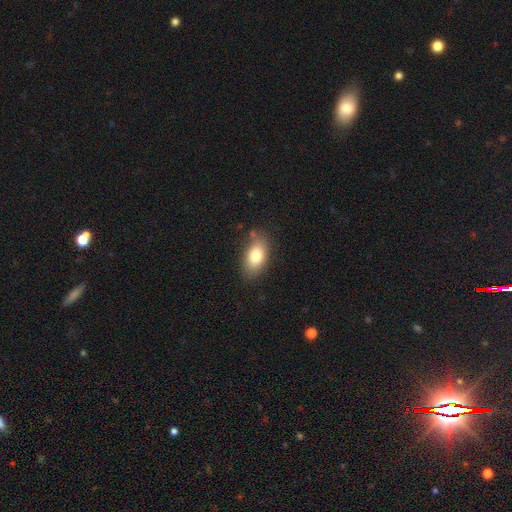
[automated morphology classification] smooth-or-featured: smooth: 81% | featured or disk: 12% | star or artifact: 8%
  how-rounded: in between: 91% | round: 6% | cigar-shaped: 3%
  merging: none: 80% | minor disturbance: 14% | major disturbance: 4% | merger: 3%